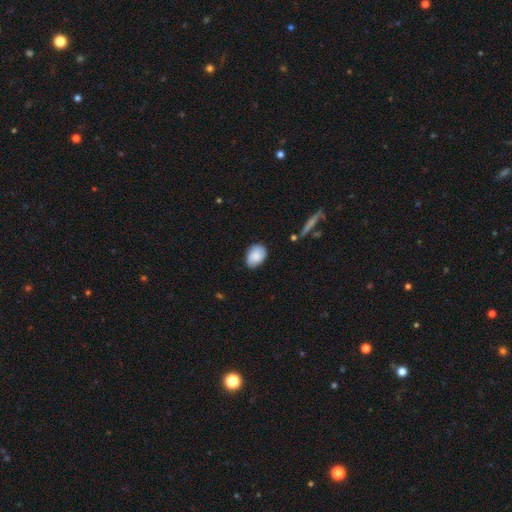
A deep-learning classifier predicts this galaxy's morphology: A smooth galaxy with no disk features (84%) that is in between round and cigar-shaped (78%).

Vote fractions:
- Smooth or featured? smooth: 84% / featured or disk: 9% / star or artifact: 7%
- How rounded? in between: 78% / round: 20% / cigar-shaped: 1%
- Merging? none: 78% / minor disturbance: 18% / major disturbance: 3% / merger: 1%